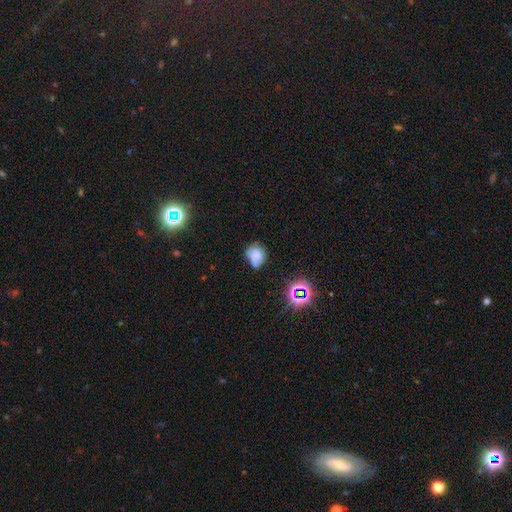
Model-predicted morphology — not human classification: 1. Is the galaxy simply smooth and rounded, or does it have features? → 62% smooth, 21% featured or disk, 17% star or artifact.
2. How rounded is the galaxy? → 58% round, 41% in between, 1% cigar-shaped.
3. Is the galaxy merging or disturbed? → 49% none, 32% minor disturbance, 13% major disturbance, 6% merger.